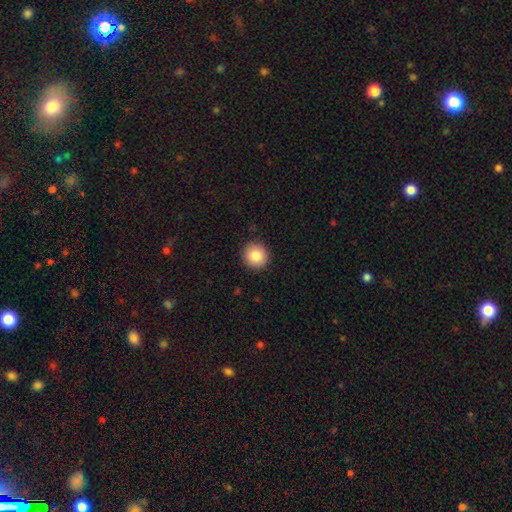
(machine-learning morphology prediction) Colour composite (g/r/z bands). It shows a smooth galaxy with no disk features (85%) that is round (94%). Merging: none (92%).